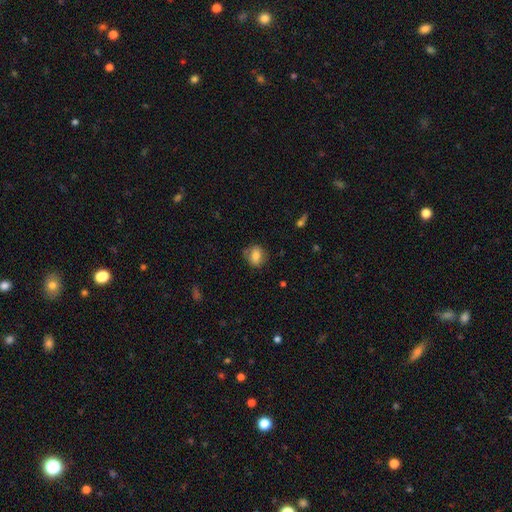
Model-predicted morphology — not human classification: A smooth galaxy with no disk features (77%) that is round (55%).

Vote fractions:
- Smooth or featured? smooth: 77% / featured or disk: 14% / star or artifact: 9%
- How rounded? round: 55% / in between: 44% / cigar-shaped: 2%
- Merging? none: 76% / minor disturbance: 16% / merger: 5% / major disturbance: 4%